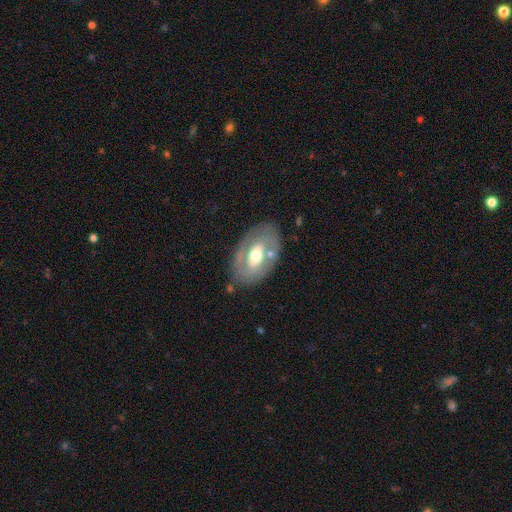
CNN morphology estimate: featured or disk 65%, smooth 30%, star or artifact 6%. Down the decision tree: edge-on disk — no (91%); bar — no (53%); spiral arms — no (60%); bulge size — moderate (67%); merging — none (75%).